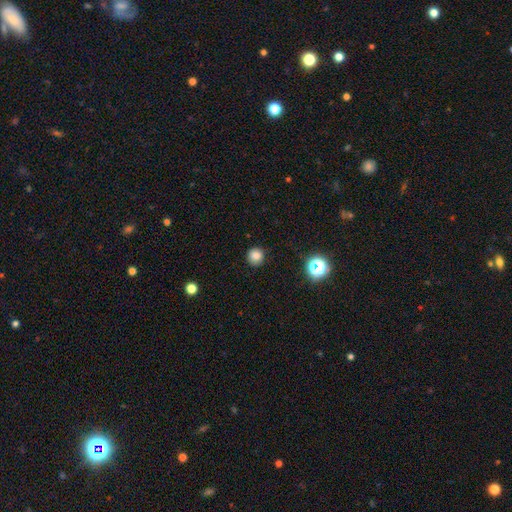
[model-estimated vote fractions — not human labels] This is clearly a smooth galaxy (82%). How rounded: clearly round (94%). Merging: clearly none (90%).